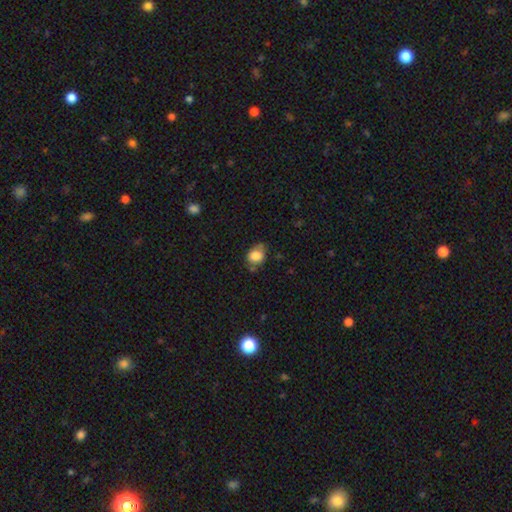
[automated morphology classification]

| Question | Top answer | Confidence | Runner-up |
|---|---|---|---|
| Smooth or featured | smooth | 81% | featured or disk (10%) |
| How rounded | round | 51% | in between (48%) |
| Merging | none | 55% | minor disturbance (31%) |